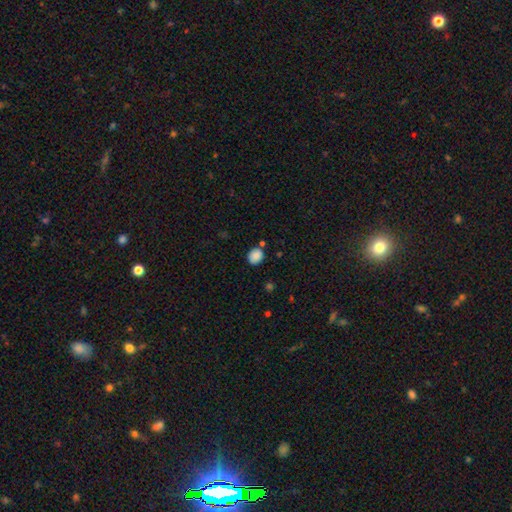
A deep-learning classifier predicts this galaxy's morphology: Overall: smooth (87%). How rounded: round (65%; in between 35%). Merging: none (78%).